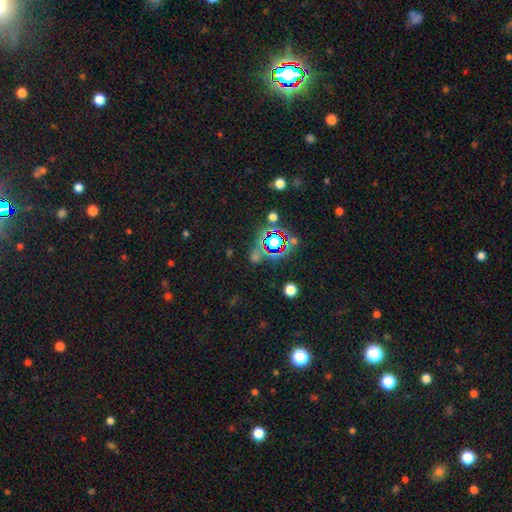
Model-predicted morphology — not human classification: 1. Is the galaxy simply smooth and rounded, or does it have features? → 63% star or artifact, 28% smooth, 10% featured or disk.